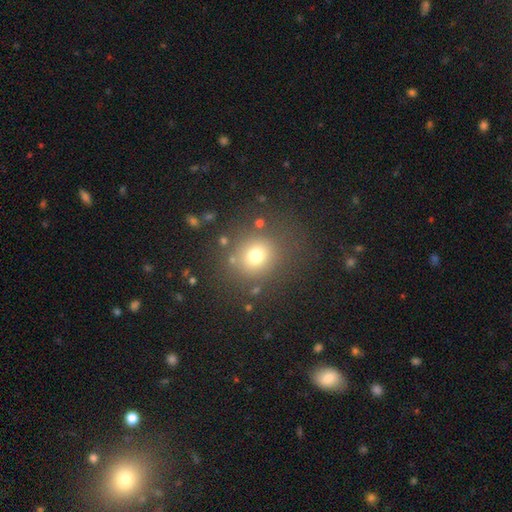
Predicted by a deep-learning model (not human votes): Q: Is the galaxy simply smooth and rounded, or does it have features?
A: smooth — 72%.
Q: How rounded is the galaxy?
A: round — 83%.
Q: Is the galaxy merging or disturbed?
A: none — 77%.